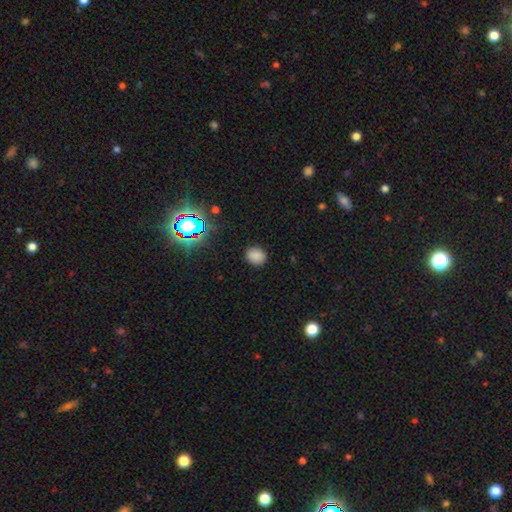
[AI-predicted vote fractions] smooth 81%, star or artifact 15%, featured or disk 4%. Down the decision tree: how rounded — round (67%); merging — none (88%).